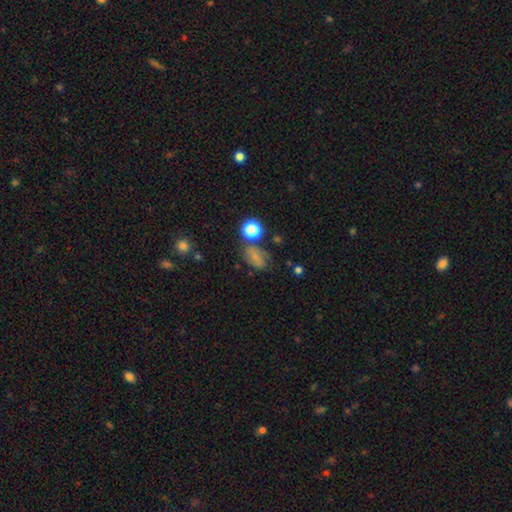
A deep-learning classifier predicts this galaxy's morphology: Smooth or featured?
  - smooth: 57% *
  - featured or disk: 25%
  - star or artifact: 19%
How rounded?
  - in between: 68% *
  - round: 30%
  - cigar-shaped: 2%
Merging?
  - none: 55% *
  - minor disturbance: 24%
  - major disturbance: 12%
  - merger: 9%